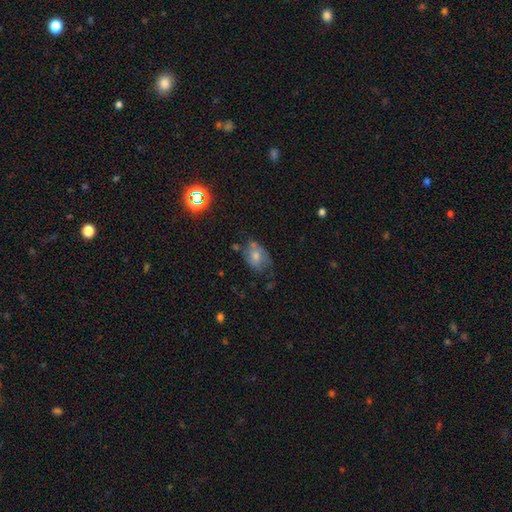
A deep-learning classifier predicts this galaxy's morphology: A smooth galaxy with no disk features (61%) that is in between round and cigar-shaped (74%). Merging: none (48%).